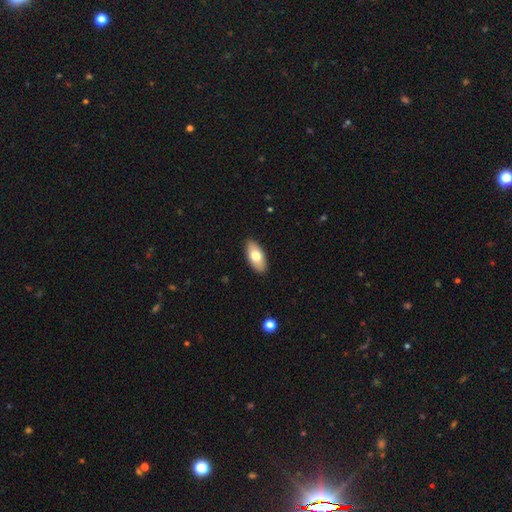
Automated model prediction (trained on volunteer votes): Overall: smooth (72%). How rounded: in between (90%). Merging: none (89%).